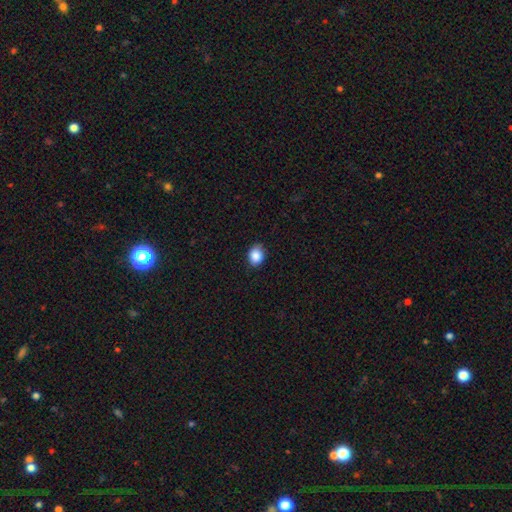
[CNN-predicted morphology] smooth-or-featured: smooth: 88% | star or artifact: 8% | featured or disk: 4%
  how-rounded: in between: 57% | round: 42% | cigar-shaped: 1%
  merging: none: 83% | minor disturbance: 14% | major disturbance: 2% | merger: 1%